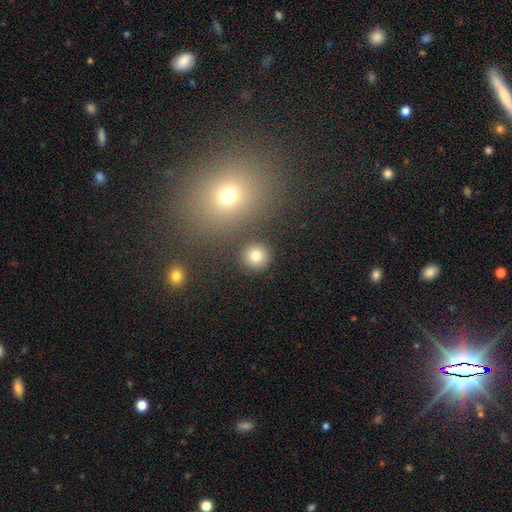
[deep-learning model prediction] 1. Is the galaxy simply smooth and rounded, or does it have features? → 80% smooth, 12% star or artifact, 8% featured or disk.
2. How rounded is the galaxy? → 93% round, 6% in between, 1% cigar-shaped.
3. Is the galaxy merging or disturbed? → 87% none, 6% minor disturbance, 4% merger, 3% major disturbance.